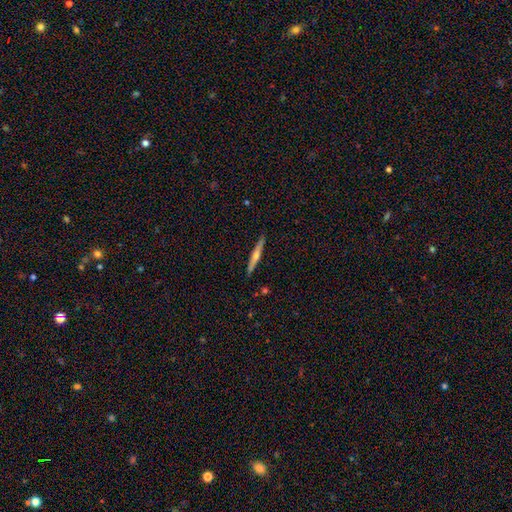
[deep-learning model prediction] Smooth or featured? Predicted: featured or disk (p=0.69). Edge-on disk? Predicted: yes (p=0.98). Edge-on bulge? Predicted: rounded (p=0.82). Merging? Predicted: none (p=0.91).